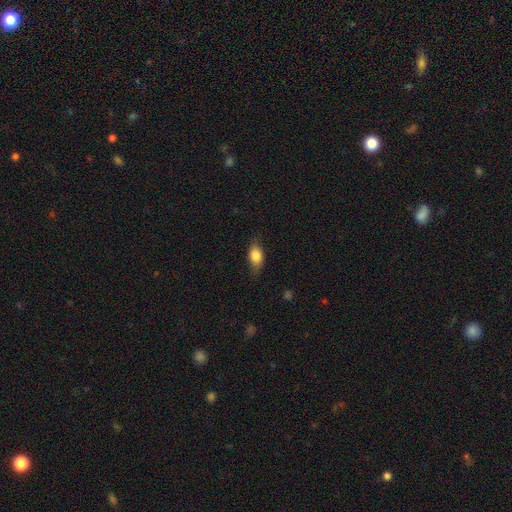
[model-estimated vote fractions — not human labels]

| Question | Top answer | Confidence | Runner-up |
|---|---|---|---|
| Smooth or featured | smooth | 80% | featured or disk (13%) |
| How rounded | in between | 84% | round (9%) |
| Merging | none | 75% | minor disturbance (20%) |